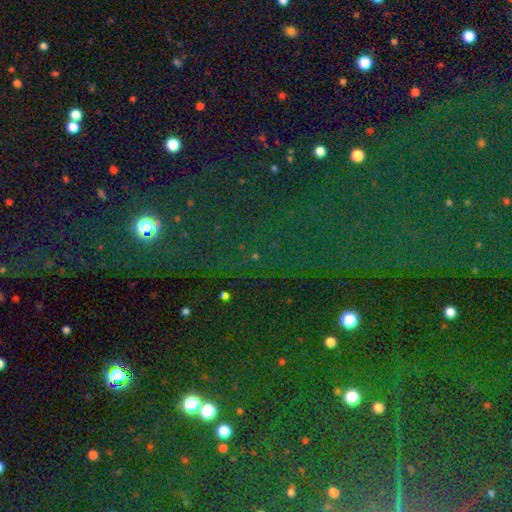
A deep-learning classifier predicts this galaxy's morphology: This appears to be a star or artifact, not a galaxy (78%).